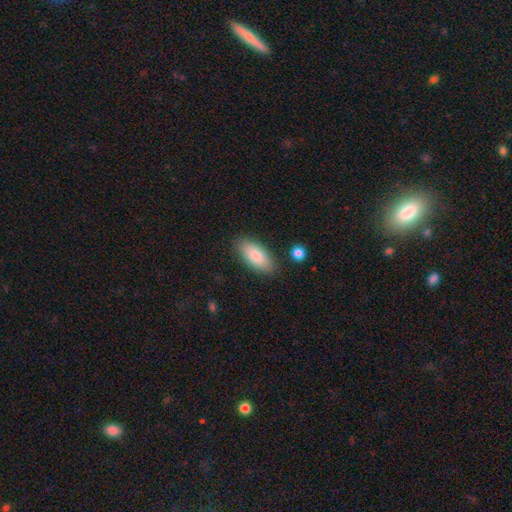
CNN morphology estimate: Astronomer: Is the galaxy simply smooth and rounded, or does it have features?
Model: smooth — 85%.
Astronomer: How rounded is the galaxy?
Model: in between — 86%.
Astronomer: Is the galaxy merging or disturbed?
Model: none — 84%.